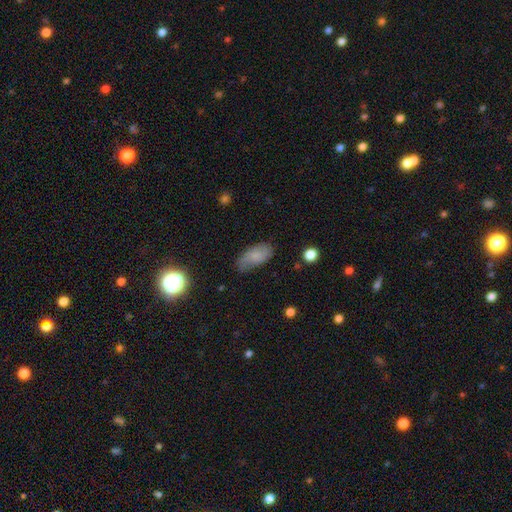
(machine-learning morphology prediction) Smooth or featured? Predicted: smooth (p=0.71). How rounded? Predicted: in between (p=0.92). Merging? Predicted: none (p=0.64).